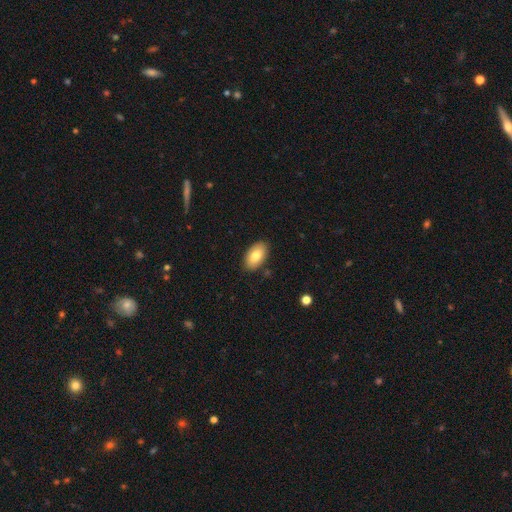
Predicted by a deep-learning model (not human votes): Smooth or featured? Predicted: smooth (p=0.80). How rounded? Predicted: in between (p=0.94). Merging? Predicted: none (p=0.87).